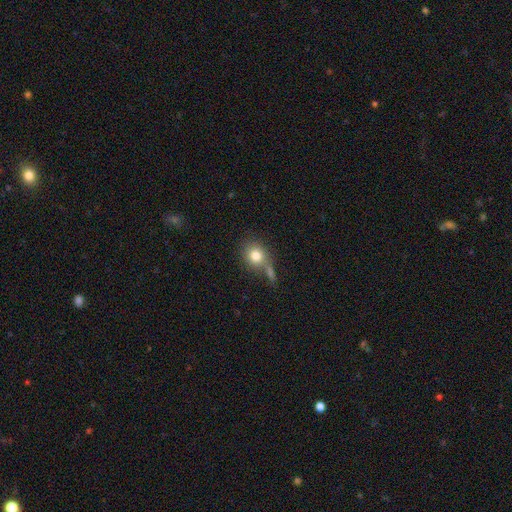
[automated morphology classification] Overall: smooth (80%). How rounded: round (74%). Merging: none (55%; merger 20%).